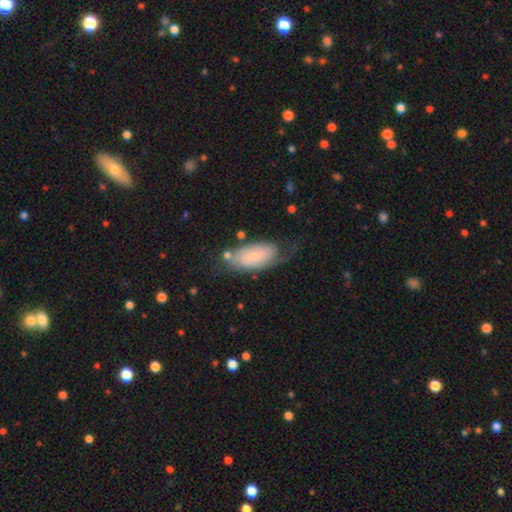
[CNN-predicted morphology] A smooth galaxy with no disk features (54%) that is in between round and cigar-shaped (89%).

Vote fractions:
- Smooth or featured? smooth: 54% / featured or disk: 39% / star or artifact: 7%
- How rounded? in between: 89% / cigar-shaped: 8% / round: 3%
- Merging? none: 46% / minor disturbance: 27% / major disturbance: 20% / merger: 6%